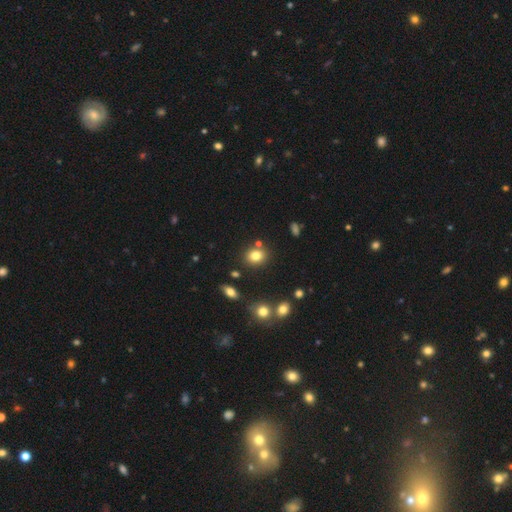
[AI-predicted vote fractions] This appears to be a smooth galaxy with no disk features (80%) that is round (59%). Merging: none (79%).